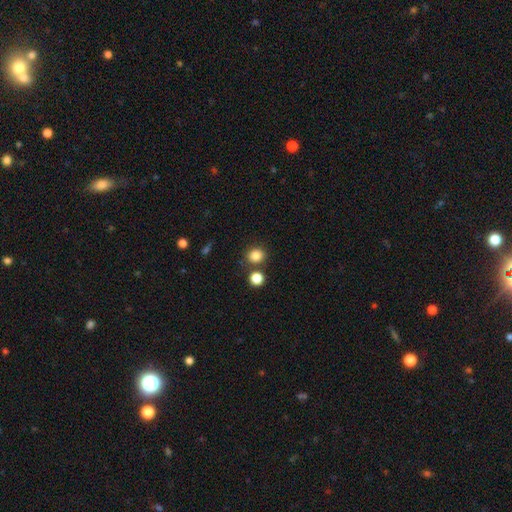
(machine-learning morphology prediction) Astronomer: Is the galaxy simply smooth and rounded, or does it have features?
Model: smooth — 84%.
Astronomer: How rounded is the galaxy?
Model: round — 80%.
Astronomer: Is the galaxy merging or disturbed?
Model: none — 78%.